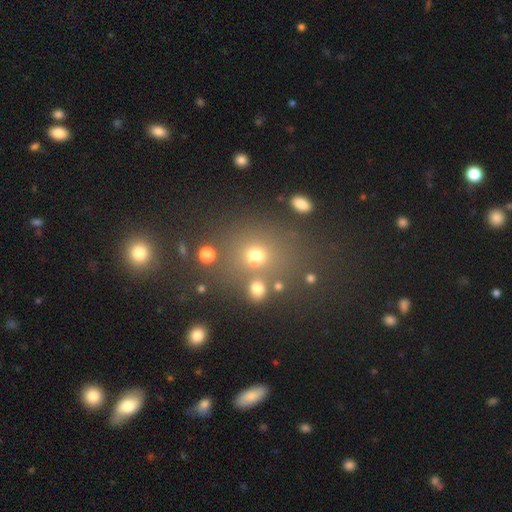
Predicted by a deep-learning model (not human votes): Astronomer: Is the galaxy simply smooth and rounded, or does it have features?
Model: smooth — 65%.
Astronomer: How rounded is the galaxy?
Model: round — 67%.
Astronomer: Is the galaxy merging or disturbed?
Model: none — 62%.